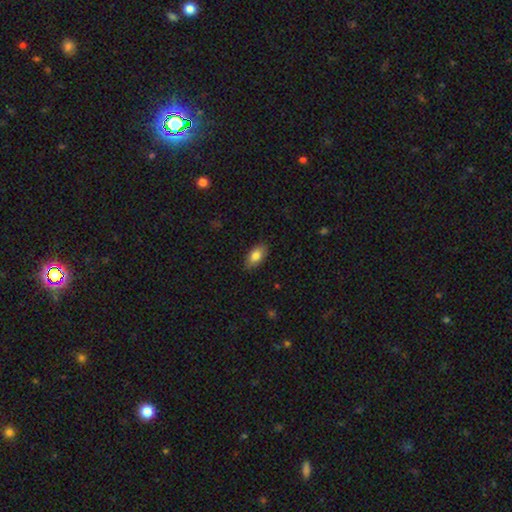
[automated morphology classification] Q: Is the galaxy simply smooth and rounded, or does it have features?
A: smooth — 82%.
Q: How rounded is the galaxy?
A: in between — 91%.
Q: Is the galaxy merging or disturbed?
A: none — 85%.